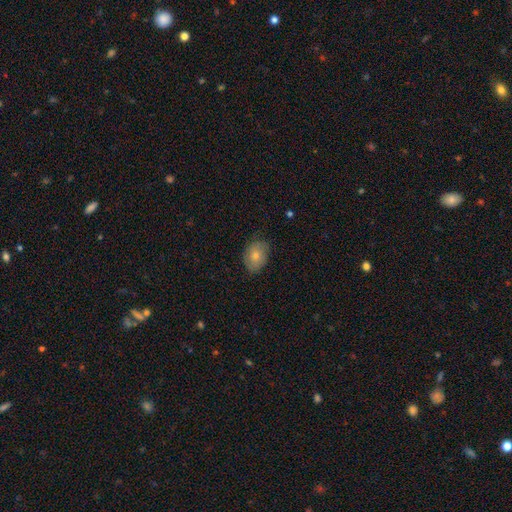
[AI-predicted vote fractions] Smooth or featured? Predicted: smooth (p=0.73). How rounded? Predicted: in between (p=0.74). Merging? Predicted: none (p=0.77).